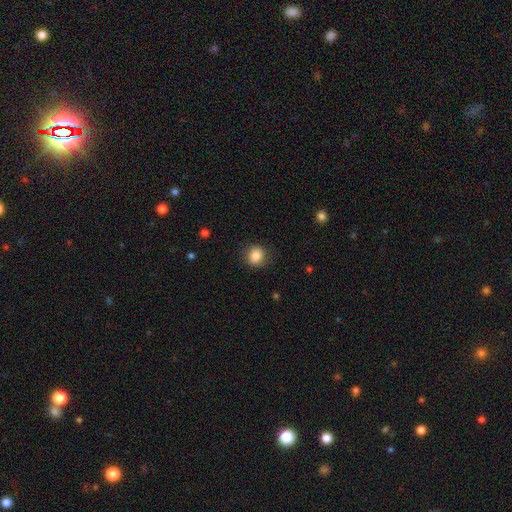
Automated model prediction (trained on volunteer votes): Smooth or featured? Predicted: smooth (p=0.84). How rounded? Predicted: round (p=0.81). Merging? Predicted: none (p=0.83).